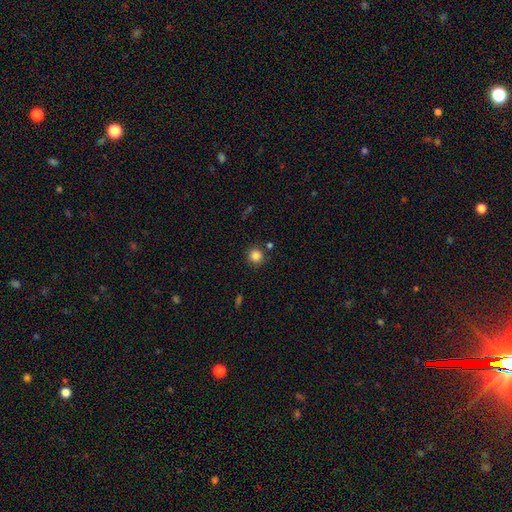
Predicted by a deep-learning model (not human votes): smooth 85%, star or artifact 11%, featured or disk 4%. Down the decision tree: how rounded — round (93%); merging — none (84%).